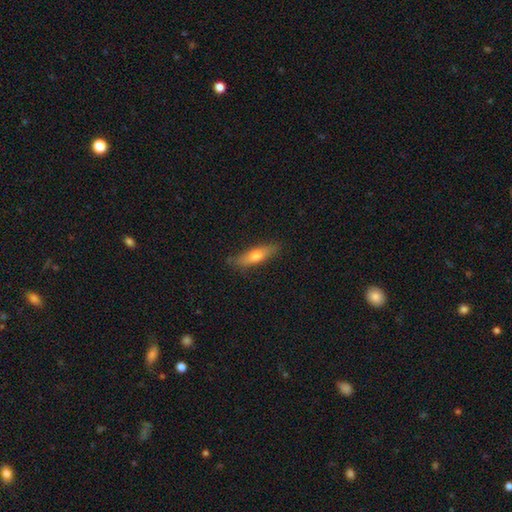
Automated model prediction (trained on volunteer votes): This is likely a smooth galaxy (61%). How rounded: likely cigar-shaped (65%). Merging: clearly none (82%).